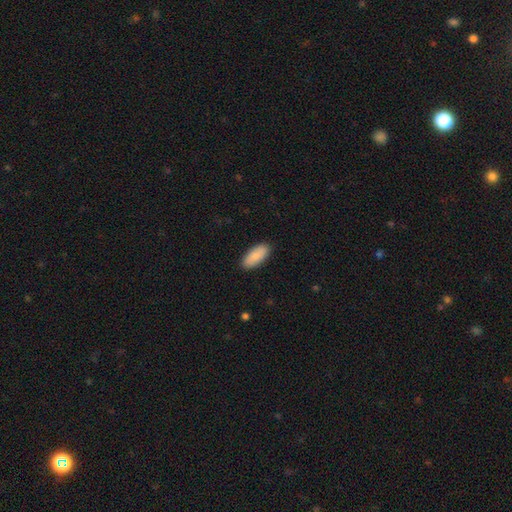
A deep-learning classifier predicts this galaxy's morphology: Smooth or featured? Predicted: smooth (p=0.87). How rounded? Predicted: in between (p=0.86). Merging? Predicted: none (p=0.90).